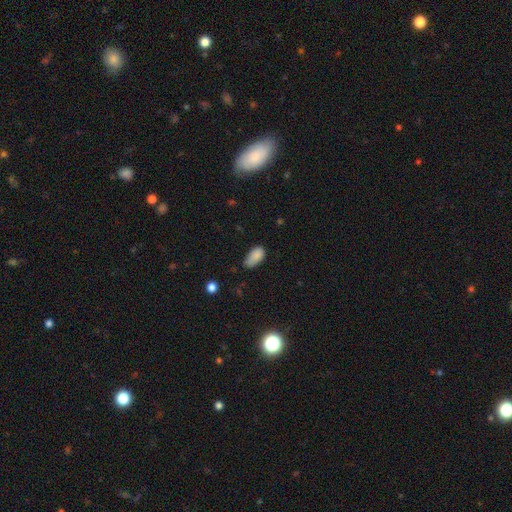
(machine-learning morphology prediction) smooth 85%, star or artifact 9%, featured or disk 6%. Down the decision tree: how rounded — in between (92%); merging — none (46%).